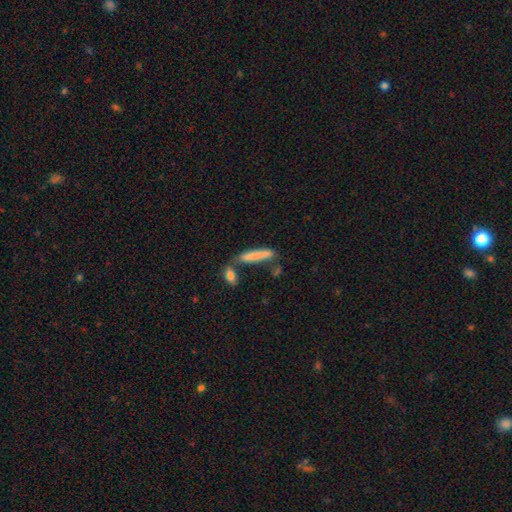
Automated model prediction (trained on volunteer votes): Smooth or featured?
  - smooth: 75% *
  - featured or disk: 18%
  - star or artifact: 7%
How rounded?
  - cigar-shaped: 89% *
  - in between: 9%
  - round: 2%
Merging?
  - none: 59% *
  - merger: 20%
  - minor disturbance: 15%
  - major disturbance: 6%